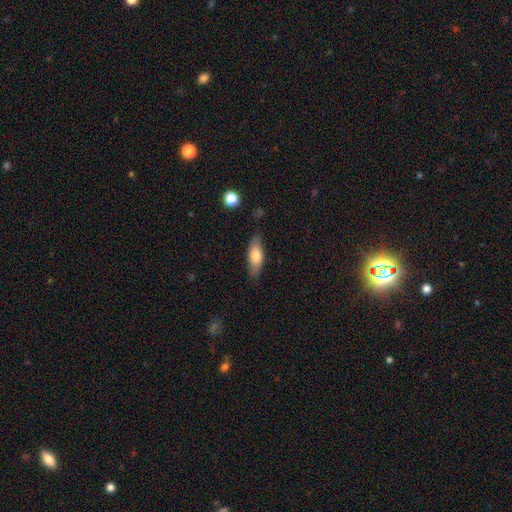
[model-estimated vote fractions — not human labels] smooth 70%, featured or disk 24%, star or artifact 6%. Down the decision tree: how rounded — in between (67%); merging — none (80%).